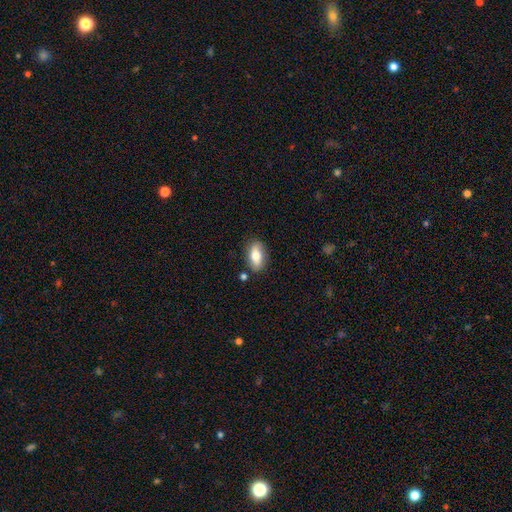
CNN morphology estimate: smooth-or-featured: smooth: 72% | featured or disk: 21% | star or artifact: 7%
  how-rounded: in between: 87% | cigar-shaped: 8% | round: 5%
  merging: none: 81% | minor disturbance: 12% | merger: 4% | major disturbance: 3%